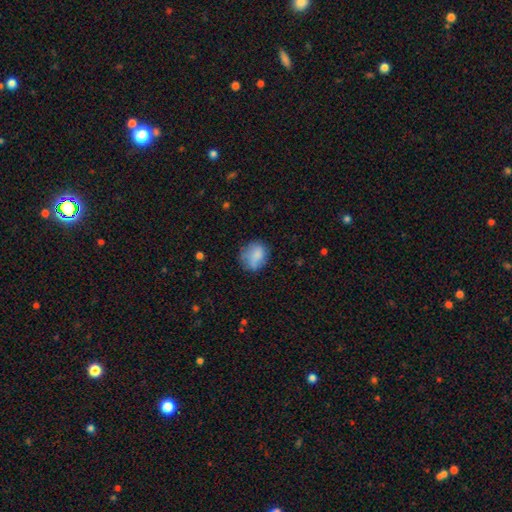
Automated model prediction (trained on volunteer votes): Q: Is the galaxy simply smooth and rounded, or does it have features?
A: smooth — 75%.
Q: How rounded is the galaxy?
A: round — 58%.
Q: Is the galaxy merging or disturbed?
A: none — 58%.